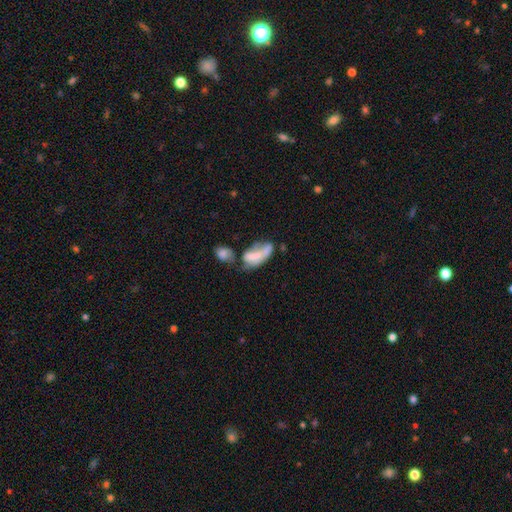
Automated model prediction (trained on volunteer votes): smooth 55%, featured or disk 36%, star or artifact 9%. Down the decision tree: how rounded — in between (88%); merging — merger (42%).